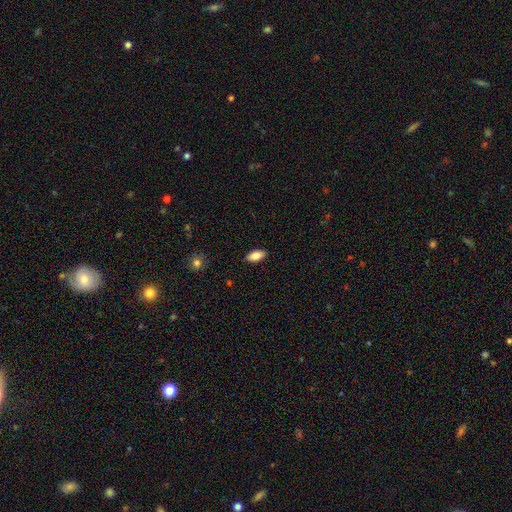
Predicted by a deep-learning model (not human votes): A smooth galaxy with no disk features (83%) that is in between round and cigar-shaped (90%).

Vote fractions:
- Smooth or featured? smooth: 83% / featured or disk: 10% / star or artifact: 7%
- How rounded? in between: 90% / cigar-shaped: 7% / round: 3%
- Merging? none: 89% / minor disturbance: 8% / major disturbance: 2% / merger: 1%